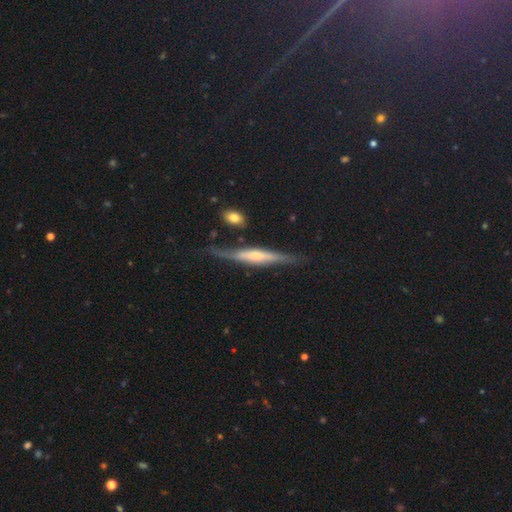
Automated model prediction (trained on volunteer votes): Q: Smooth or featured?
A: featured or disk (69%); runner-up: smooth (25%)
Q: Edge-on disk?
A: yes (94%); runner-up: no (6%)
Q: Edge-on bulge?
A: rounded (59%); runner-up: boxy (22%)
Q: Merging?
A: none (72%); runner-up: minor disturbance (18%)